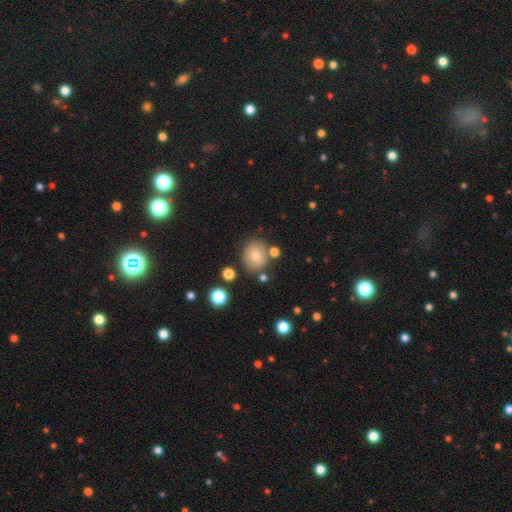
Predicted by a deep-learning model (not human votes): smooth_or_featured: smooth (p=0.76) [alt: featured or disk p=0.12]
how_rounded: round (p=0.75) [alt: in between p=0.24]
merging: none (p=0.77) [alt: minor disturbance p=0.11]